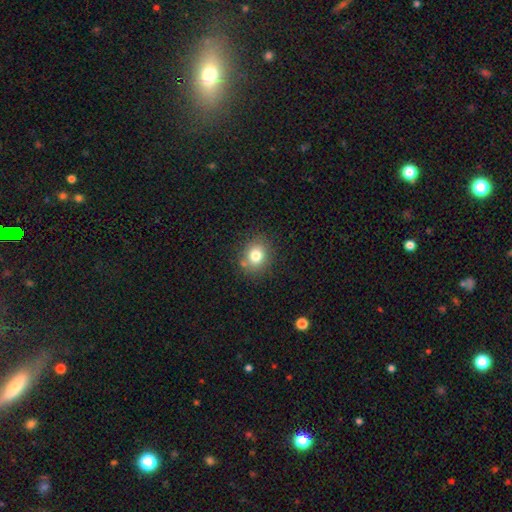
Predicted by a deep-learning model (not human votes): A smooth galaxy with no disk features (78%) that is round (72%). Merging: none (79%).